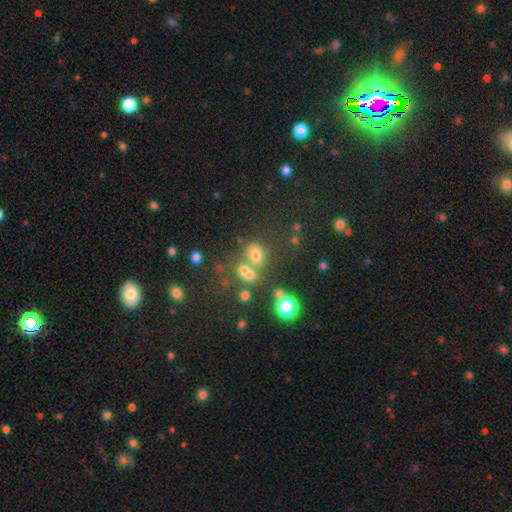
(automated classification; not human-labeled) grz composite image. It shows a smooth galaxy with no disk features (55%) that is round (58%). Merging: none (44%).